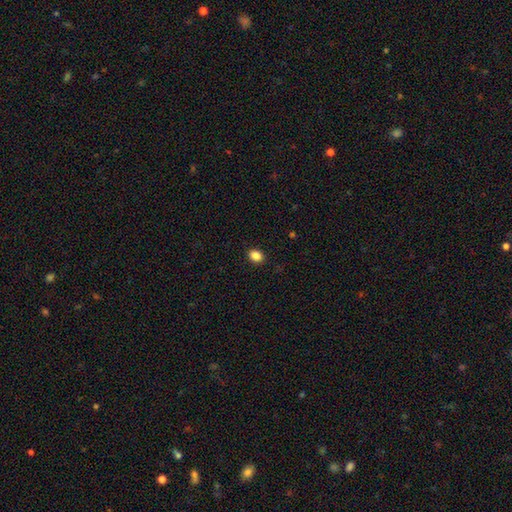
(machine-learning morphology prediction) Smooth or featured: smooth — 87% (star or artifact — 10%)
How rounded: in between — 58% (round — 41%)
Merging: none — 90% (minor disturbance — 7%)